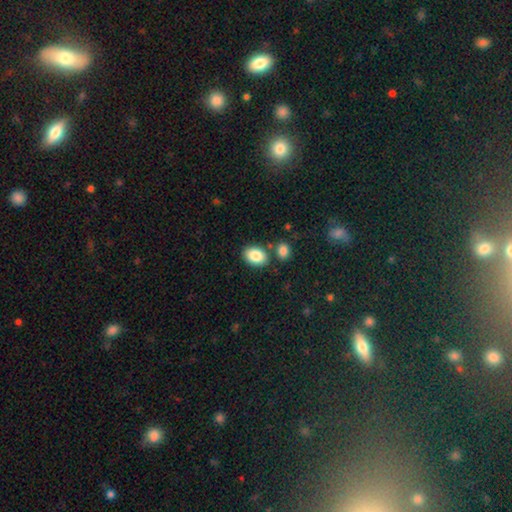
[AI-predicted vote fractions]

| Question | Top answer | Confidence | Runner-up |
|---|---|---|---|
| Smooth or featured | smooth | 87% | star or artifact (7%) |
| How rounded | in between | 83% | round (16%) |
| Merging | none | 77% | merger (10%) |